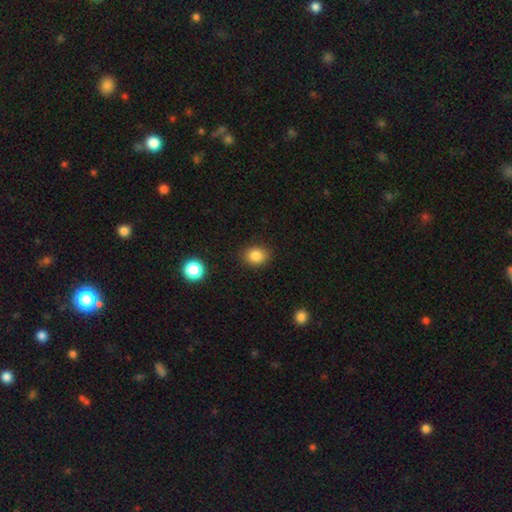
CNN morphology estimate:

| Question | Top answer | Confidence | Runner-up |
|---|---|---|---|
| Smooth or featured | smooth | 84% | star or artifact (10%) |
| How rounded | round | 53% | in between (46%) |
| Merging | none | 88% | minor disturbance (8%) |